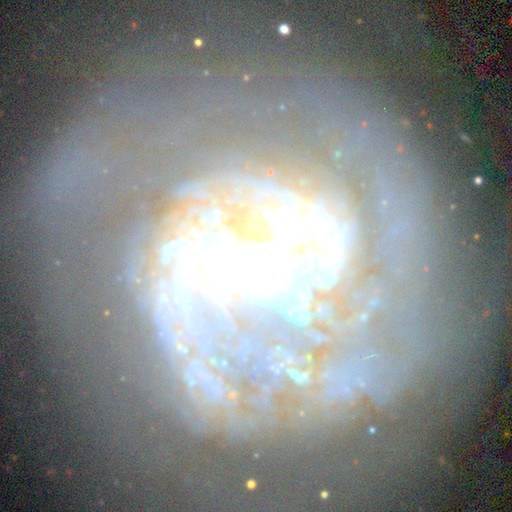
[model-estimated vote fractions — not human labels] This appears to be a featured or disk galaxy (85%) with a weak bar (37%), tight (57%) spiral arms (90%) and a small central bulge (37%). Merging: none (59%).